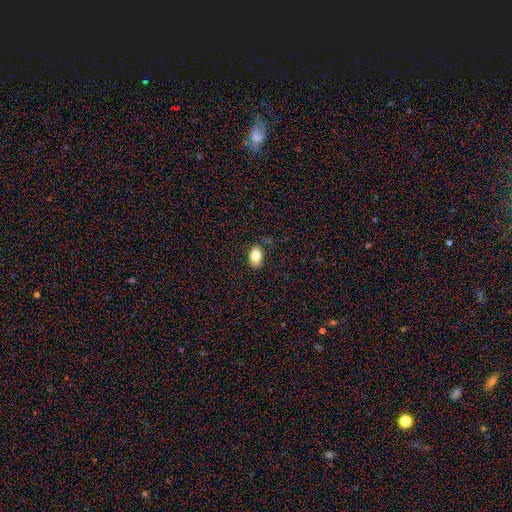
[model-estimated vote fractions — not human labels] smooth_or_featured: smooth (p=0.81) [alt: featured or disk p=0.10]
how_rounded: in between (p=0.86) [alt: round p=0.13]
merging: none (p=0.86) [alt: minor disturbance p=0.11]